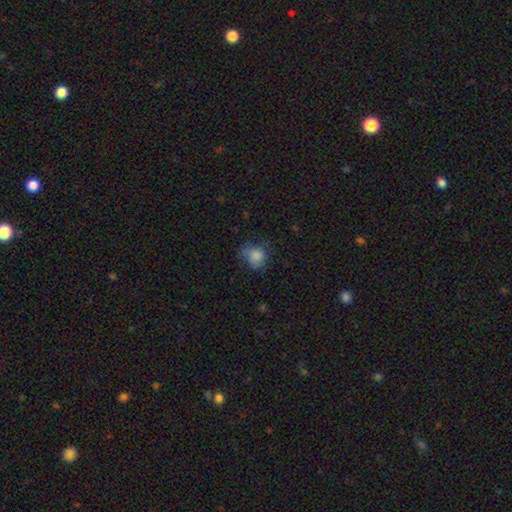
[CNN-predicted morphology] Q: Smooth or featured?
A: smooth (80%); runner-up: star or artifact (10%)
Q: How rounded?
A: round (70%); runner-up: in between (29%)
Q: Merging?
A: none (51%); runner-up: minor disturbance (30%)